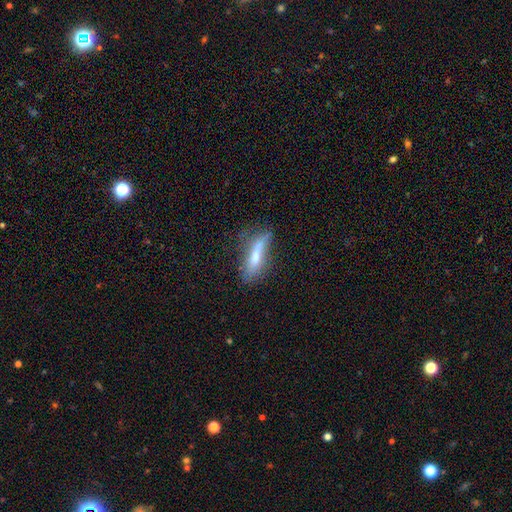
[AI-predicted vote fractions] This is possibly a smooth galaxy (57%). How rounded: likely cigar-shaped (62%). Merging: possibly none (48%).